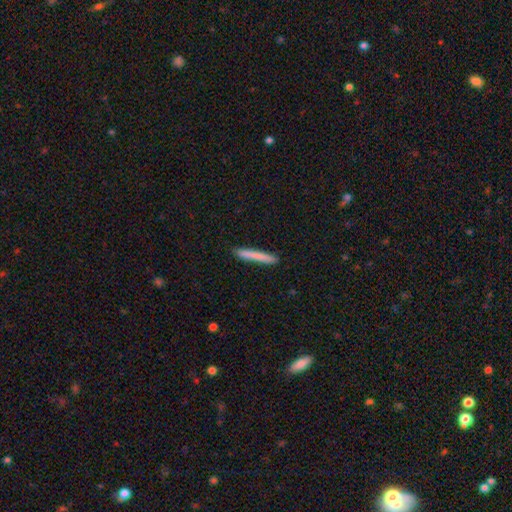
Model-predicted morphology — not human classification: The model was most divided on "smooth or featured": smooth: 78%, featured or disk: 16%, star or artifact: 6%. More confident: how rounded — cigar-shaped (96%); merging — none (90%).